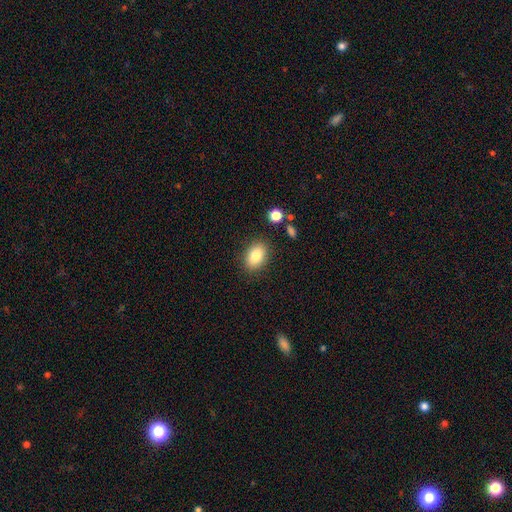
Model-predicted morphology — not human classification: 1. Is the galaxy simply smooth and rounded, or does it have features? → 82% smooth, 9% featured or disk, 9% star or artifact.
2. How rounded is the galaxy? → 80% in between, 19% round, 1% cigar-shaped.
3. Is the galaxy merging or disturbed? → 85% none, 10% minor disturbance, 3% major disturbance, 2% merger.